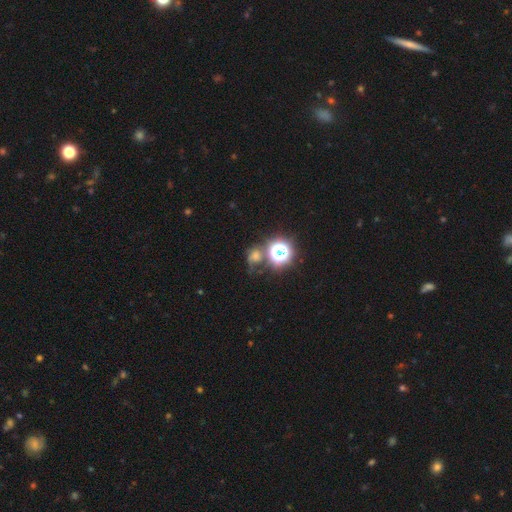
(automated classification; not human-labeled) Smooth or featured: star or artifact — 49% (smooth — 37%)